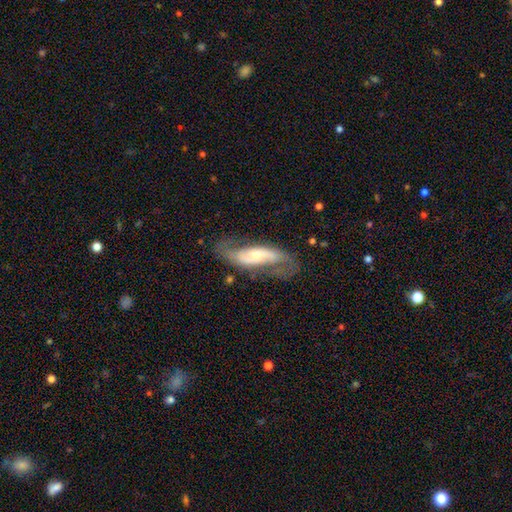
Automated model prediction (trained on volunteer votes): featured or disk 76%, smooth 18%, star or artifact 6%. Down the decision tree: edge-on disk — no (88%); bar — no (48%); spiral arms — yes (89%); spiral arm count — 2 (86%); spiral winding — loose (51%); bulge size — small (52%); merging — none (62%).